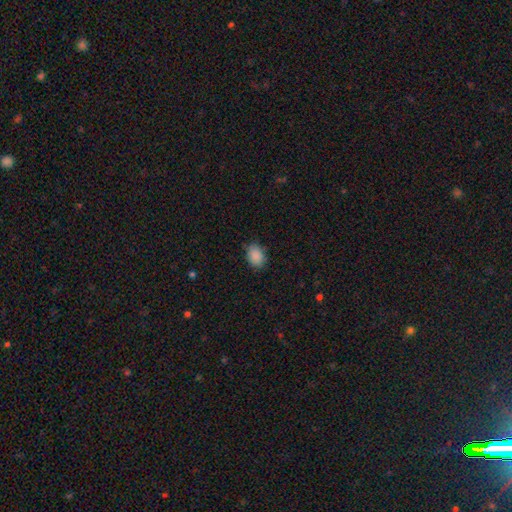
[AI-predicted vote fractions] Q: Smooth or featured?
A: smooth (88%); runner-up: star or artifact (8%)
Q: How rounded?
A: in between (70%); runner-up: round (29%)
Q: Merging?
A: none (81%); runner-up: minor disturbance (15%)